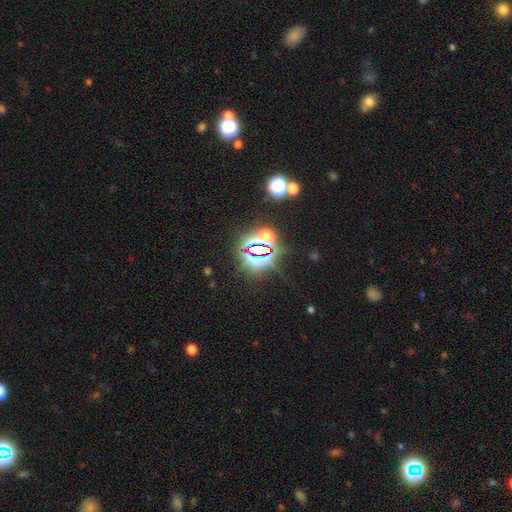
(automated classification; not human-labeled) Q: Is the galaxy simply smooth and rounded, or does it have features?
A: star or artifact — 79%.